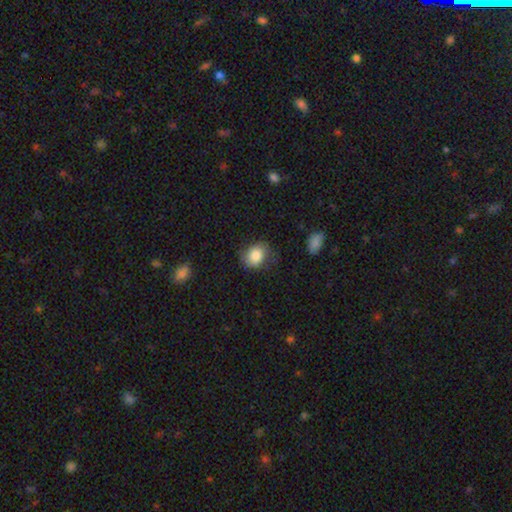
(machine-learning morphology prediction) This is clearly a smooth galaxy (84%). How rounded: possibly round (53%). Merging: likely none (70%).